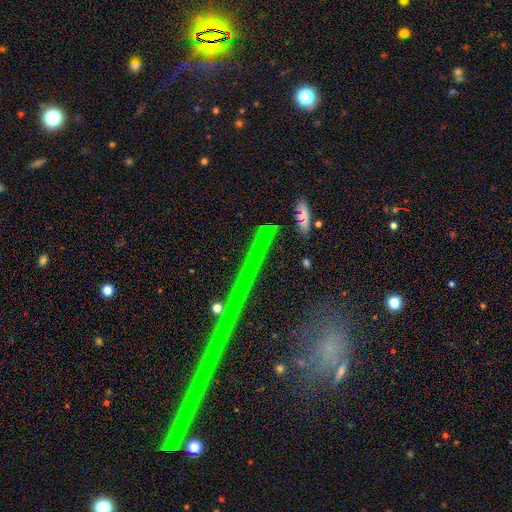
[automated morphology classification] Smooth or featured? star or artifact (71%)